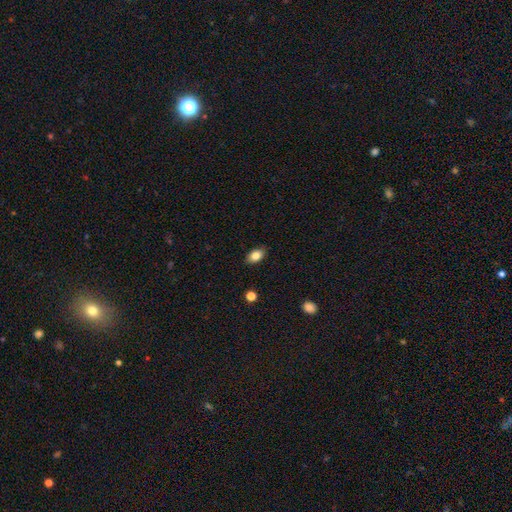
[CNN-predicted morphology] Smooth or featured? smooth (82%)
How rounded? in between (88%)
Merging? none (87%)